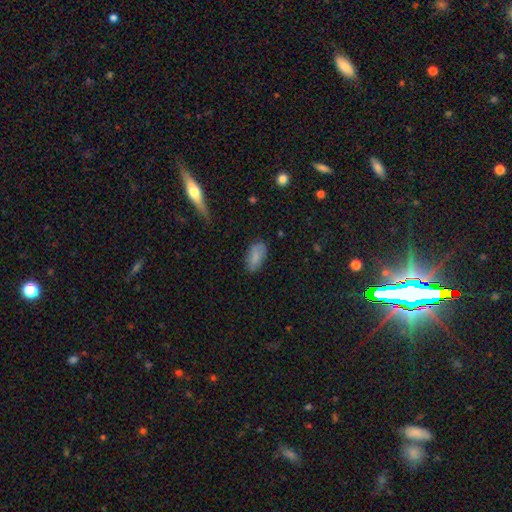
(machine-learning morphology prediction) Smooth or featured? smooth (81%)
How rounded? in between (91%)
Merging? none (75%)